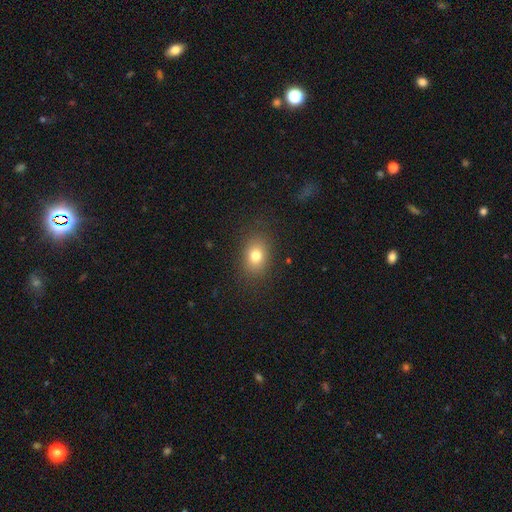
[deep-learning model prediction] Smooth or featured? smooth (78%)
How rounded? in between (67%)
Merging? none (85%)